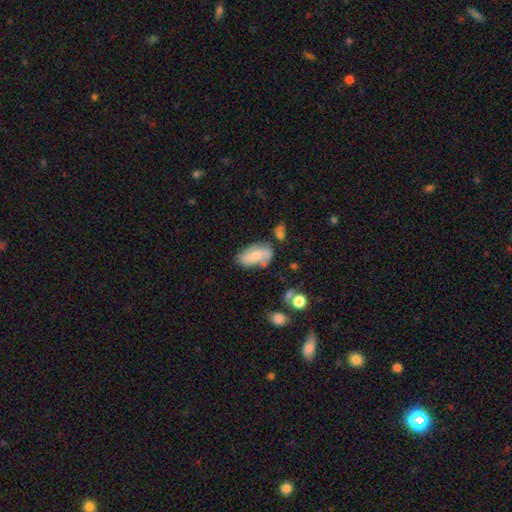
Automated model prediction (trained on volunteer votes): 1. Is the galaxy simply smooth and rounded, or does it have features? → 59% smooth, 33% featured or disk, 8% star or artifact.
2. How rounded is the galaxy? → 90% in between, 5% cigar-shaped, 5% round.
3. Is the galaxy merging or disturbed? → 57% none, 25% minor disturbance, 10% merger, 8% major disturbance.